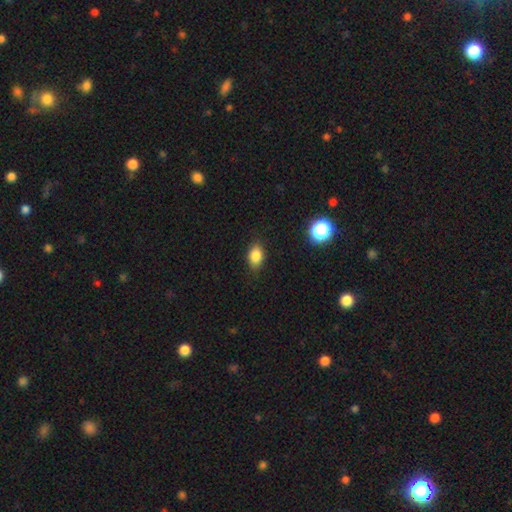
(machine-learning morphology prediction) smooth_or_featured: smooth (p=0.83) [alt: star or artifact p=0.11]
how_rounded: in between (p=0.80) [alt: round p=0.18]
merging: none (p=0.85) [alt: minor disturbance p=0.11]